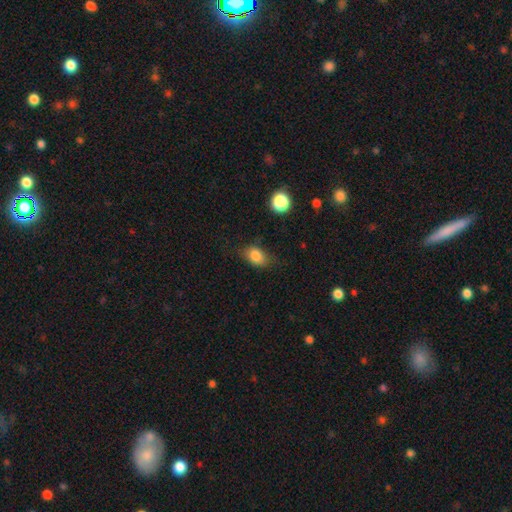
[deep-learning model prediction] This is clearly a smooth galaxy (83%). How rounded: likely in between (78%). Merging: likely none (70%).